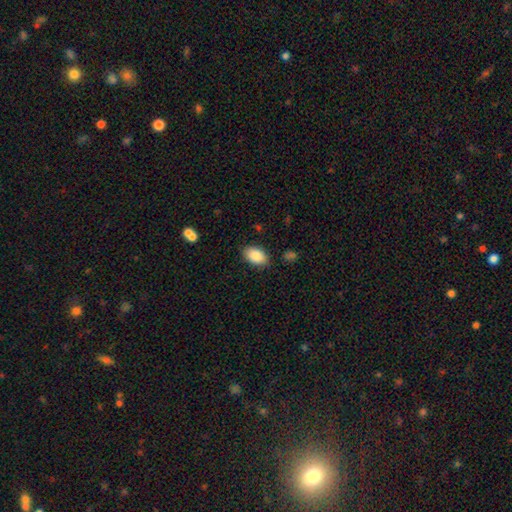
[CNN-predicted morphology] The model was most divided on "merging": none: 85%, minor disturbance: 10%, major disturbance: 3%, merger: 2%. More confident: how rounded — in between (92%); smooth or featured — smooth (87%).